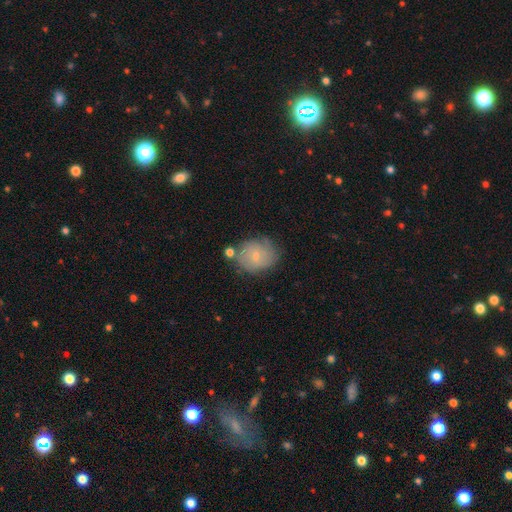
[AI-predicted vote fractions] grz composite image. It shows a smooth galaxy with no disk features (55%) that is round (66%). Merging: none (63%).